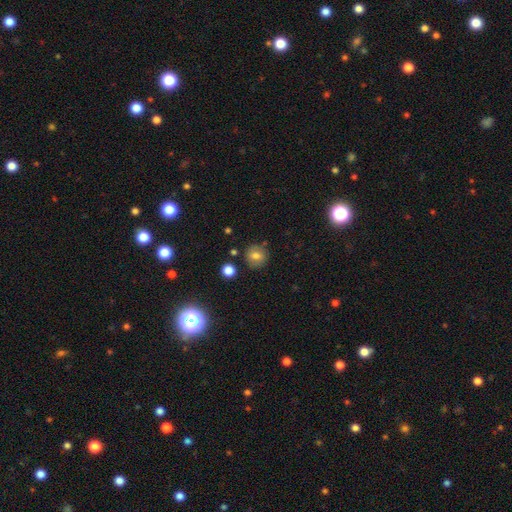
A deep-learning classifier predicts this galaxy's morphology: This is likely a smooth galaxy (76%). How rounded: clearly round (90%). Merging: clearly none (84%).